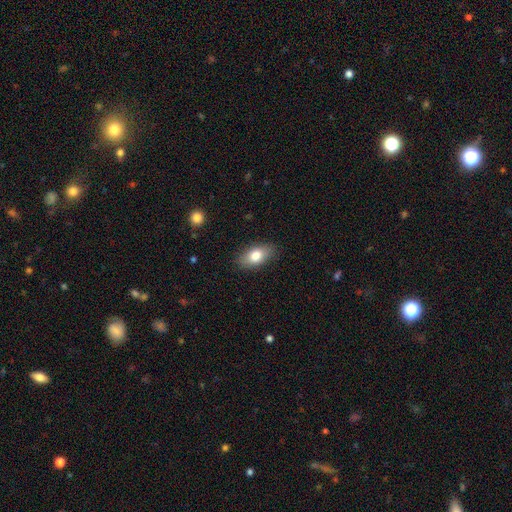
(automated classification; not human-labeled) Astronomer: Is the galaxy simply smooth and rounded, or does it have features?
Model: smooth — 80%.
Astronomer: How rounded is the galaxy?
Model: in between — 90%.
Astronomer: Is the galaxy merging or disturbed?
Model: none — 85%.